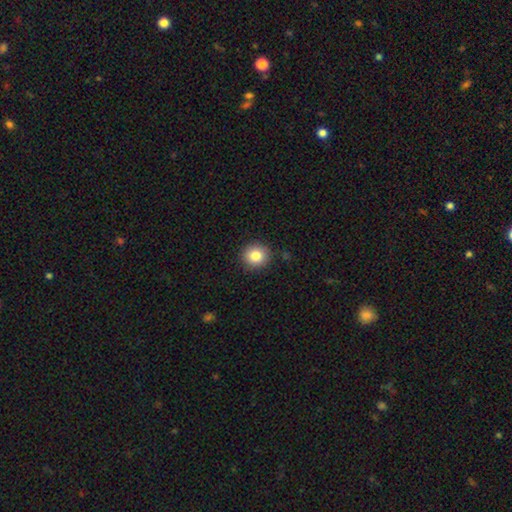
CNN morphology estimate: smooth_or_featured: smooth (p=0.83) [alt: star or artifact p=0.10]
how_rounded: round (p=0.89) [alt: in between p=0.10]
merging: none (p=0.89) [alt: minor disturbance p=0.07]